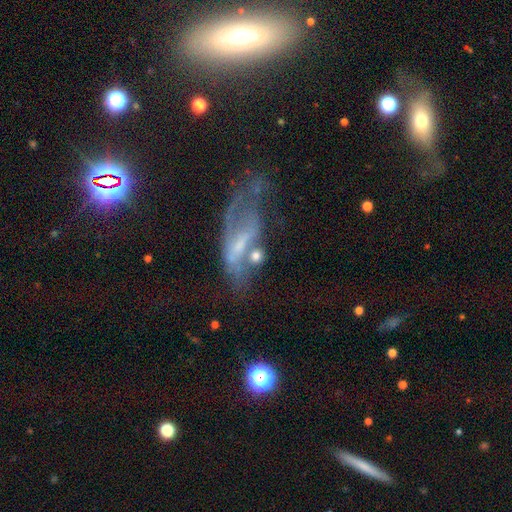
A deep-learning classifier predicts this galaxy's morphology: Overall: smooth (46%; featured or disk 41%). Merging: none (35%; merger 24%).